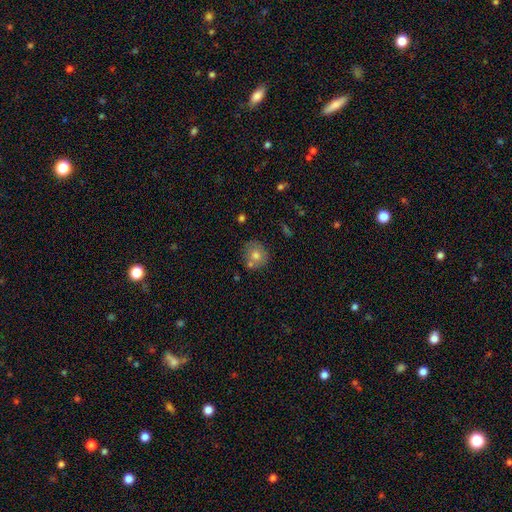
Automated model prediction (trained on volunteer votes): This appears to be a smooth galaxy with no disk features (71%) that is round (87%). Merging: none (72%).